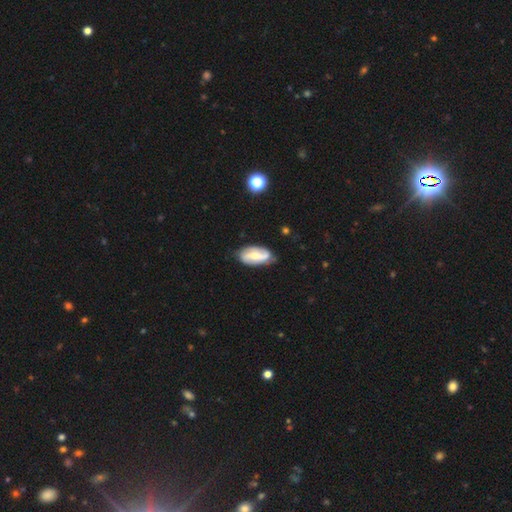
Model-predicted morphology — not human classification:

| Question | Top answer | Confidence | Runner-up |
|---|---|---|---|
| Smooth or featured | featured or disk | 68% | smooth (26%) |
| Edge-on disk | no | 94% | yes (6%) |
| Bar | weak | 40% | strong (32%) |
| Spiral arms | yes | 88% | no (12%) |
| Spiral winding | loose | 45% | medium (34%) |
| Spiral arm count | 2 | 85% | can't tell (8%) |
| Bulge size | moderate | 51% | small (42%) |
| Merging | none | 76% | minor disturbance (18%) |